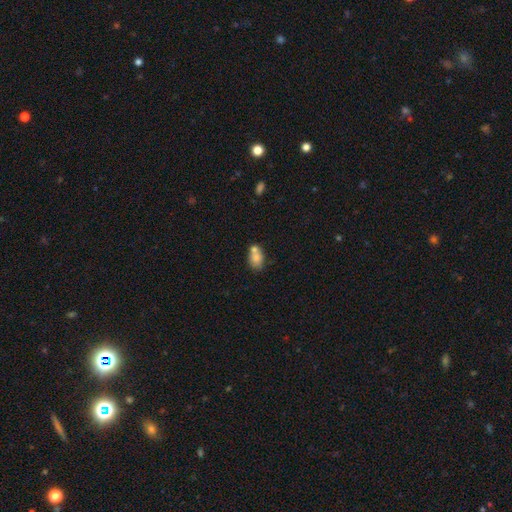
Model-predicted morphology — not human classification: Smooth or featured: smooth — 75% (featured or disk — 15%)
How rounded: in between — 74% (round — 24%)
Merging: merger — 46% (none — 36%)